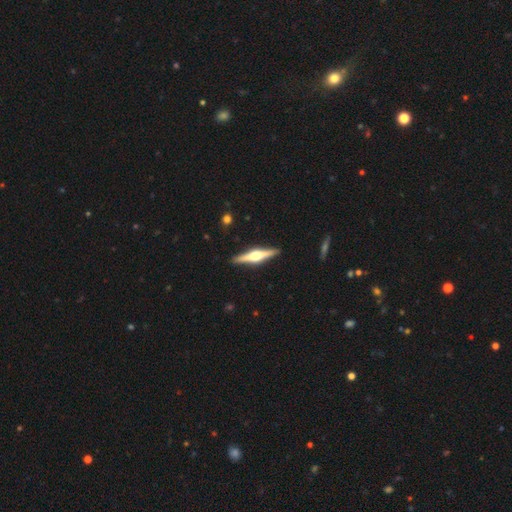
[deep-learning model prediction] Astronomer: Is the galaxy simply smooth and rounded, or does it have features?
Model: featured or disk — 76%.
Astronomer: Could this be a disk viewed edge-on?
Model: yes — 98%.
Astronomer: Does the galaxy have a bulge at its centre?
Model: rounded — 94%.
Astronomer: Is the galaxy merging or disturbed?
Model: none — 92%.